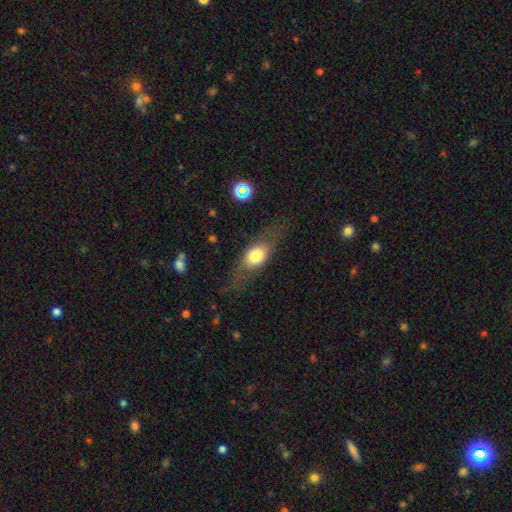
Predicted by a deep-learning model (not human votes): Overall: smooth (57%; featured or disk 35%). How rounded: in between (63%). Merging: none (68%).